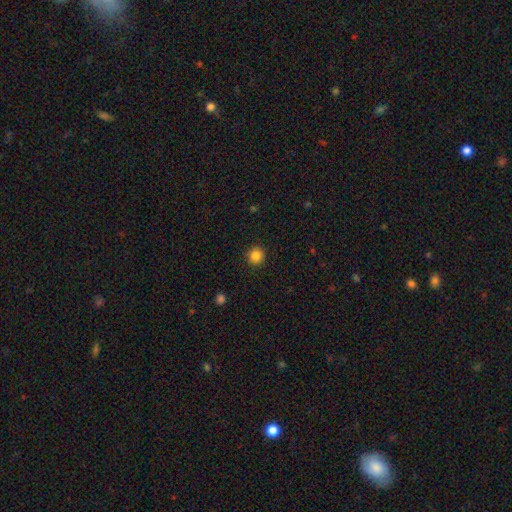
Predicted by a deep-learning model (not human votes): A smooth galaxy with no disk features (85%) that is round (95%).

Vote fractions:
- Smooth or featured? smooth: 85% / star or artifact: 11% / featured or disk: 4%
- How rounded? round: 95% / in between: 4% / cigar-shaped: 1%
- Merging? none: 92% / minor disturbance: 5% / major disturbance: 2% / merger: 1%